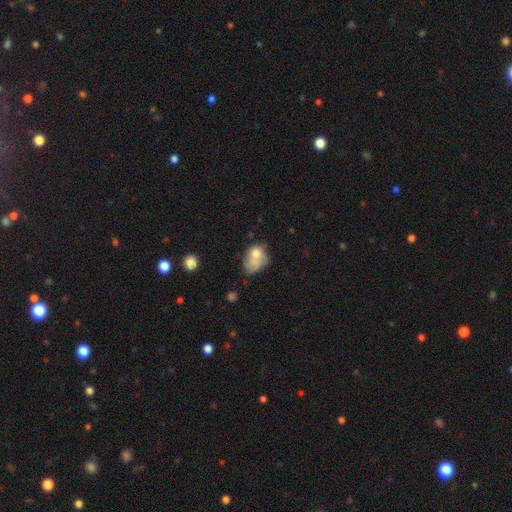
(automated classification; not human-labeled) smooth 64%, featured or disk 27%, star or artifact 10%. Down the decision tree: how rounded — in between (69%); merging — minor disturbance (31%).